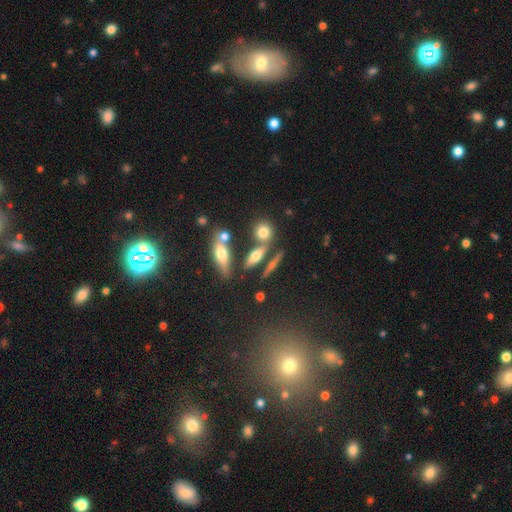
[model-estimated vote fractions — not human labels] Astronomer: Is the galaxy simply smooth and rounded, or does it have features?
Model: smooth — 51% (runner-up: featured or disk, 36%).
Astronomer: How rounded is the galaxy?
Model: cigar-shaped — 45% (runner-up: in between, 39%).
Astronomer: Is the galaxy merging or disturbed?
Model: none — 65%.